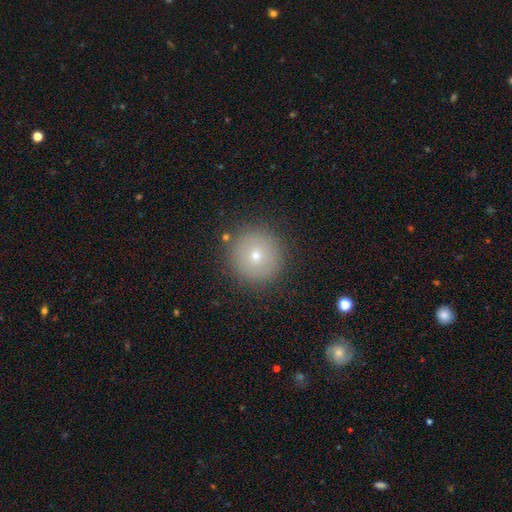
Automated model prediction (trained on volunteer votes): Overall: smooth (68%). How rounded: round (96%). Merging: none (89%).